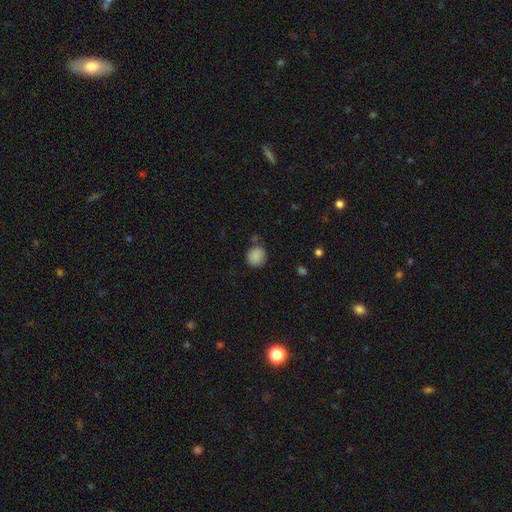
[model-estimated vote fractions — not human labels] Morphology: type=smooth (88%); roundness=round (81%); merging=none (75%).